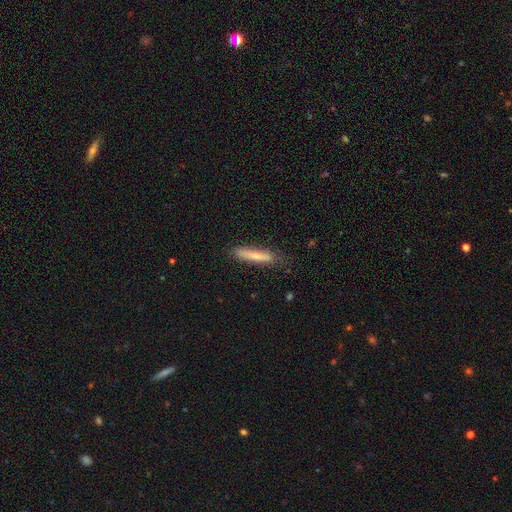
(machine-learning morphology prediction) Smooth or featured?
  - smooth: 73% *
  - featured or disk: 21%
  - star or artifact: 6%
How rounded?
  - cigar-shaped: 92% *
  - in between: 7%
  - round: 1%
Merging?
  - none: 77% *
  - minor disturbance: 17%
  - major disturbance: 3%
  - merger: 2%